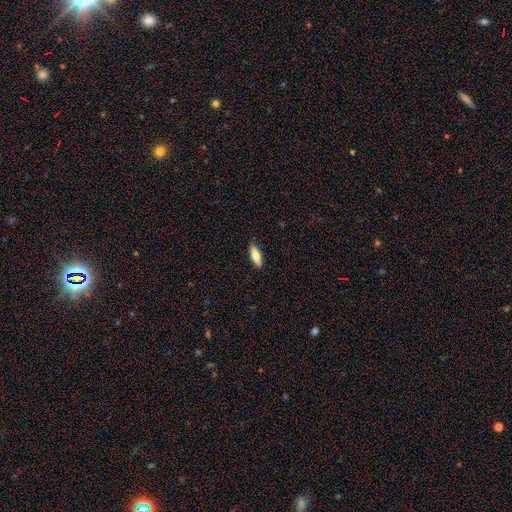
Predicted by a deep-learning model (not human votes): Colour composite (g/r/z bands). It shows a smooth galaxy with no disk features (72%) that is in between round and cigar-shaped (59%). Merging: none (89%).